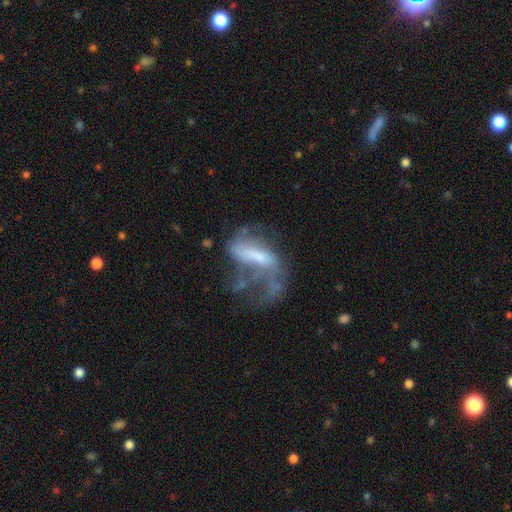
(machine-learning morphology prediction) Q: Smooth or featured?
A: featured or disk (66%); runner-up: smooth (24%)
Q: Edge-on disk?
A: no (91%); runner-up: yes (9%)
Q: Bar?
A: strong (38%); runner-up: weak (32%)
Q: Spiral arms?
A: yes (59%); runner-up: no (41%)
Q: Bulge size?
A: small (30%); runner-up: moderate (29%)
Q: Merging?
A: major disturbance (51%); runner-up: none (23%)